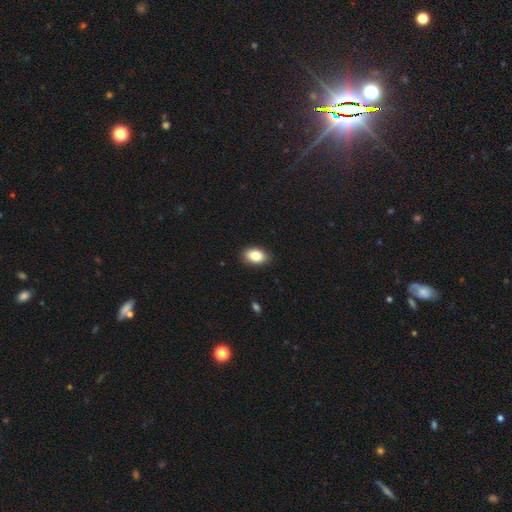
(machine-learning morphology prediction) smooth-or-featured: smooth: 84% | featured or disk: 8% | star or artifact: 8%
  how-rounded: in between: 89% | round: 10% | cigar-shaped: 1%
  merging: none: 88% | minor disturbance: 9% | major disturbance: 2% | merger: 1%